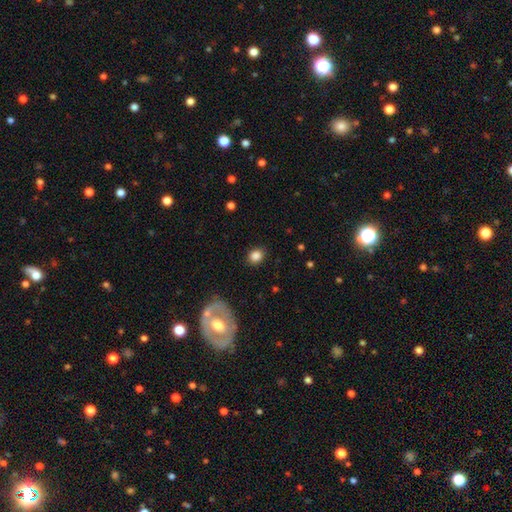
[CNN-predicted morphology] The model was most divided on "how rounded": round: 60%, in between: 39%, cigar-shaped: 1%. More confident: merging — none (87%); smooth or featured — smooth (85%).